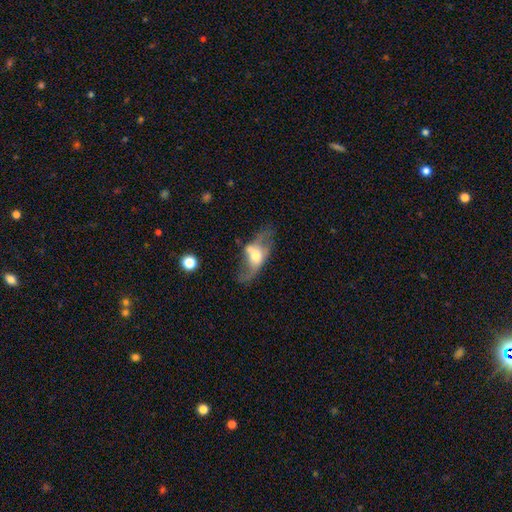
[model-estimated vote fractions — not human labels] Overall: featured or disk (58%; smooth 34%). Edge-on disk: no (87%). Bar: no (61%; weak 28%). Spiral arms: yes (54%; no 46%). Bulge size: moderate (59%; large 20%). Merging: major disturbance (37%; none 30%).